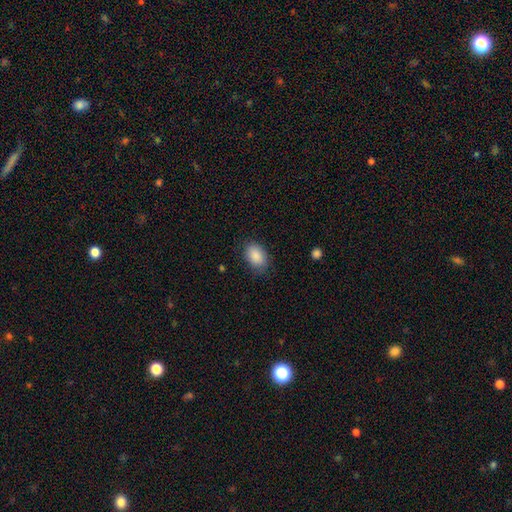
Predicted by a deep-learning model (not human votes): A smooth galaxy with no disk features (89%) that is in between round and cigar-shaped (88%). Merging: none (79%).